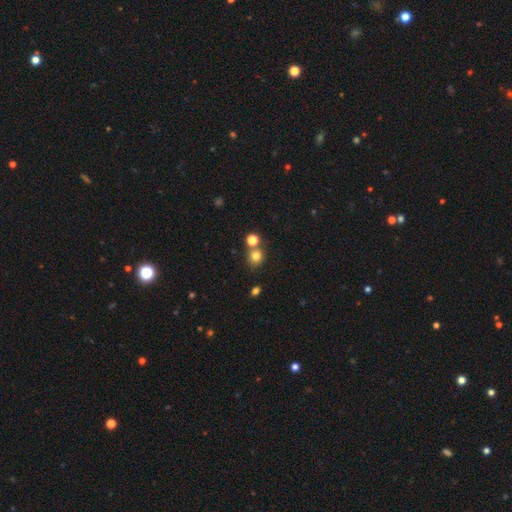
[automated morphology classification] smooth 78%, star or artifact 15%, featured or disk 7%. Down the decision tree: how rounded — round (82%); merging — none (67%).